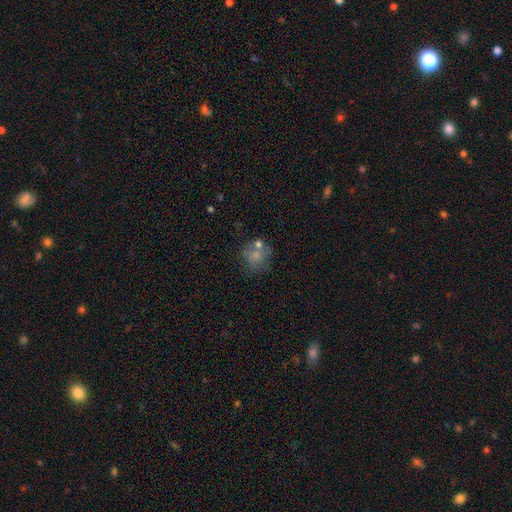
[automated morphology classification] This appears to be a smooth galaxy with no disk features (69%) that is round (78%). Merging: none (50%).